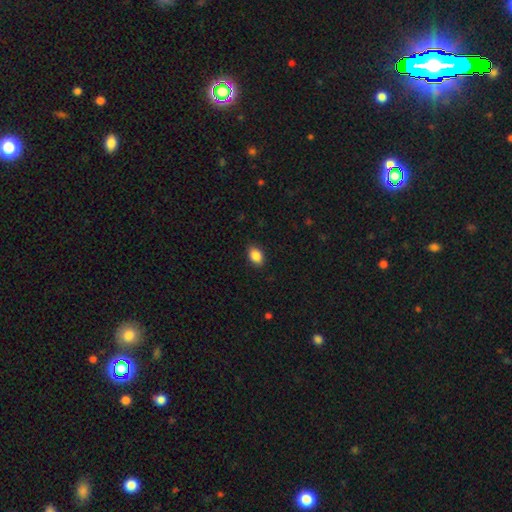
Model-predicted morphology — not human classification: The model was most divided on "how rounded": in between: 83%, round: 16%, cigar-shaped: 1%. More confident: smooth or featured — smooth (88%); merging — none (88%).